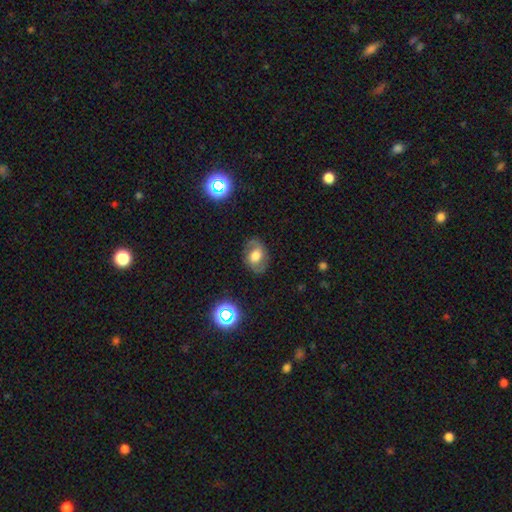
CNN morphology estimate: Smooth or featured: featured or disk — 47% (smooth — 42%)
Merging: none — 77% (minor disturbance — 15%)